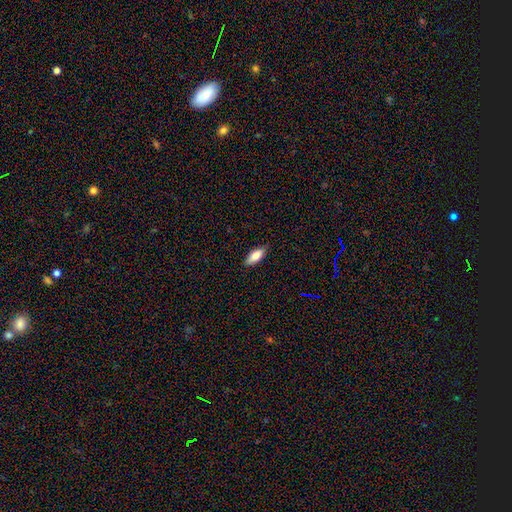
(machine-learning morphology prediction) Q: Smooth or featured?
A: smooth (79%); runner-up: featured or disk (14%)
Q: How rounded?
A: in between (78%); runner-up: cigar-shaped (20%)
Q: Merging?
A: none (86%); runner-up: minor disturbance (11%)